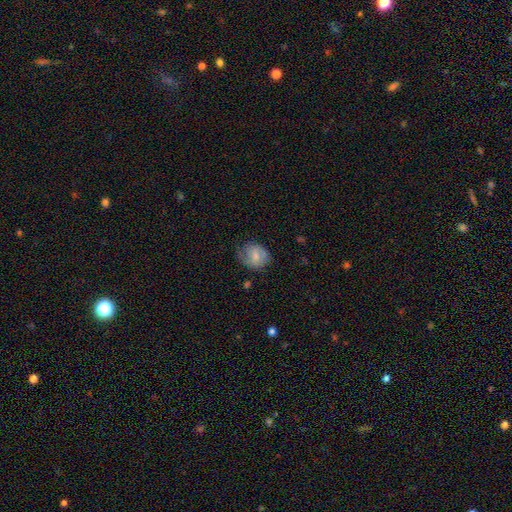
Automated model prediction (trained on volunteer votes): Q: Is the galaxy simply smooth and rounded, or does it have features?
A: smooth — 65%.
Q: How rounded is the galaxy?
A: round — 61%.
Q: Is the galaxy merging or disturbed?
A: none — 58%.